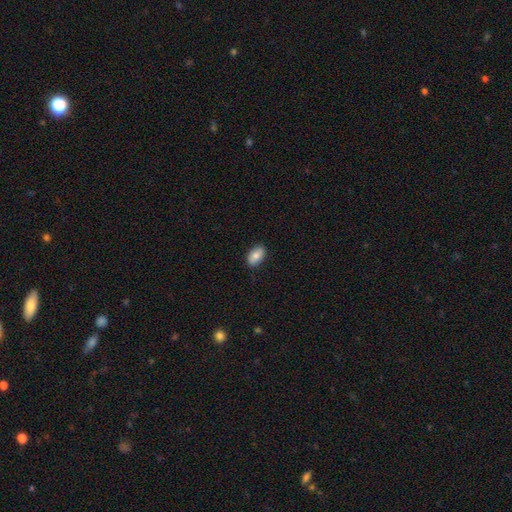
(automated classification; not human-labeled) The model was most divided on "smooth or featured": smooth: 81%, featured or disk: 12%, star or artifact: 7%. More confident: how rounded — in between (92%); merging — none (87%).